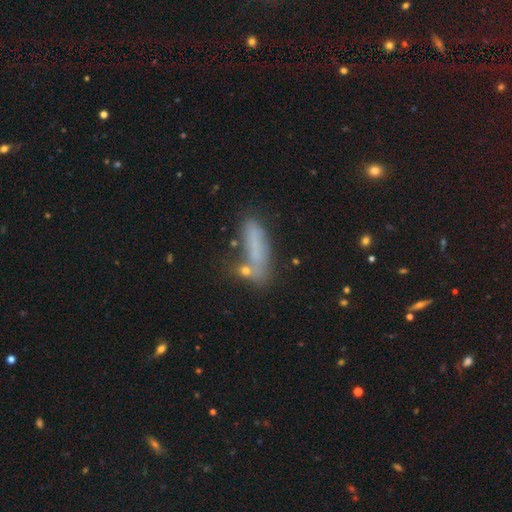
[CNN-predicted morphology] The model was most divided on "merging": none: 56%, minor disturbance: 20%, merger: 13%, major disturbance: 11%. More confident: smooth or featured — smooth (69%); how rounded — cigar-shaped (67%).